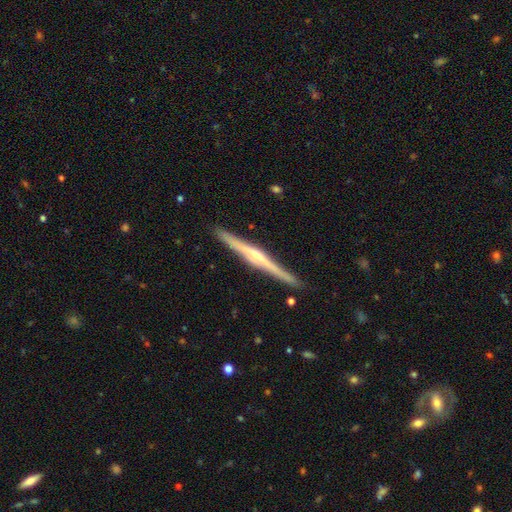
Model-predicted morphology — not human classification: Smooth or featured: featured or disk — 79% (smooth — 16%)
Edge-on disk: yes — 98% (no — 2%)
Edge-on bulge: rounded — 76% (none — 15%)
Merging: none — 91% (minor disturbance — 7%)